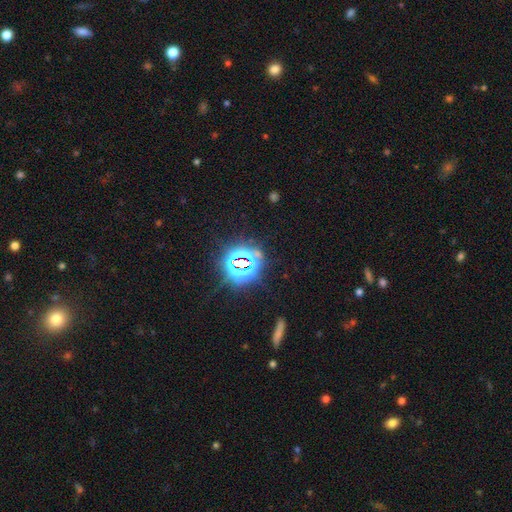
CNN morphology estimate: smooth-or-featured: star or artifact: 77% | smooth: 14% | featured or disk: 9%